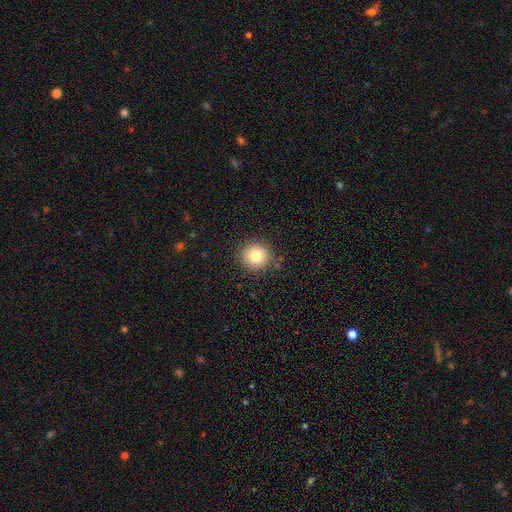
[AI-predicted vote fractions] smooth 81%, star or artifact 11%, featured or disk 9%. Down the decision tree: how rounded — round (93%); merging — none (89%).